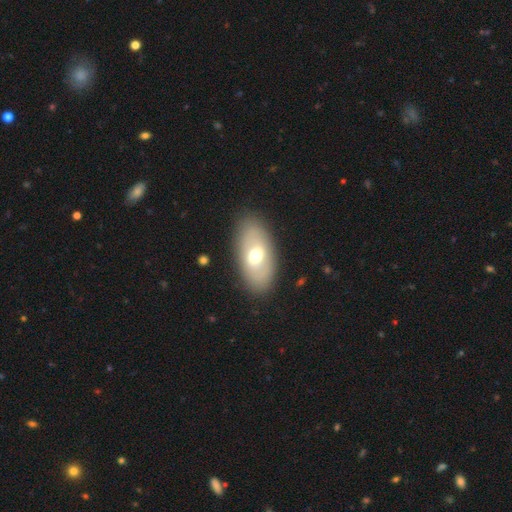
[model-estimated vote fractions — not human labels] Overall: smooth (58%; featured or disk 35%). How rounded: in between (90%). Merging: none (85%).